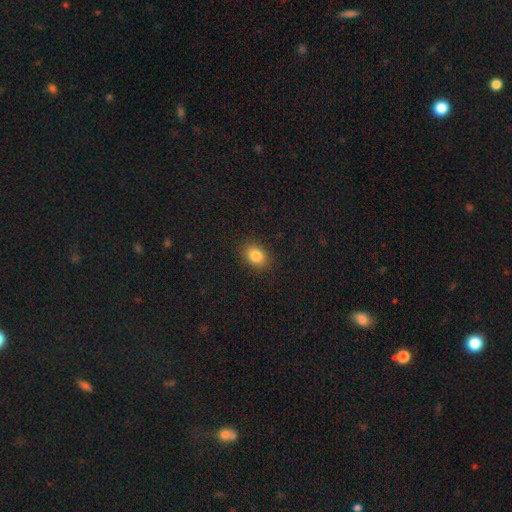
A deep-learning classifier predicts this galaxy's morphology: Smooth or featured? Predicted: smooth (p=0.84). How rounded? Predicted: in between (p=0.60). Merging? Predicted: none (p=0.89).